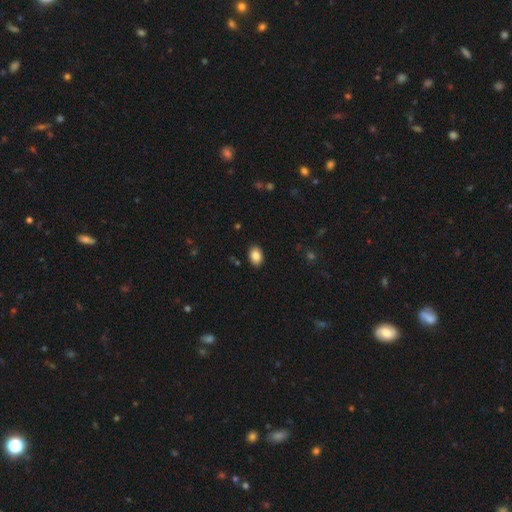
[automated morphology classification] Q: Smooth or featured?
A: smooth (86%); runner-up: star or artifact (8%)
Q: How rounded?
A: in between (84%); runner-up: round (15%)
Q: Merging?
A: none (89%); runner-up: minor disturbance (8%)